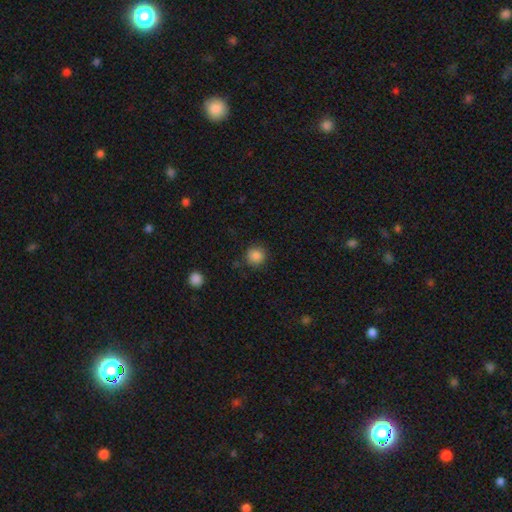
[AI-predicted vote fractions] This appears to be a smooth galaxy with no disk features (86%) that is round (93%). Merging: none (88%).